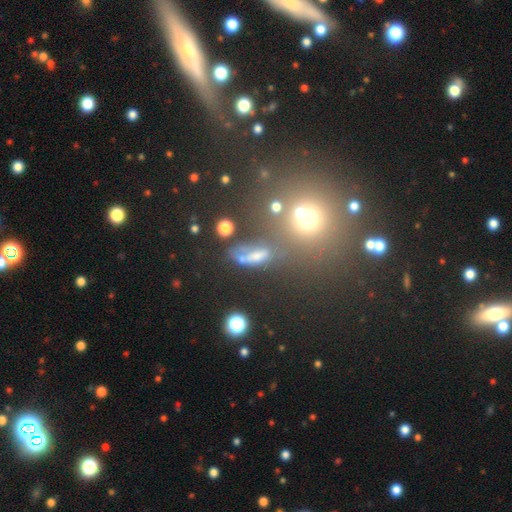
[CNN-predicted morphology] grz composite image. It shows a smooth galaxy with no disk features (42%). Merging: none (65%).